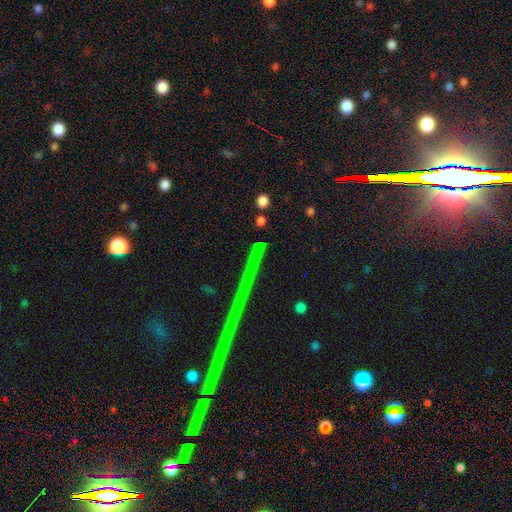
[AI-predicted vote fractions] Smooth or featured? star or artifact (69%)